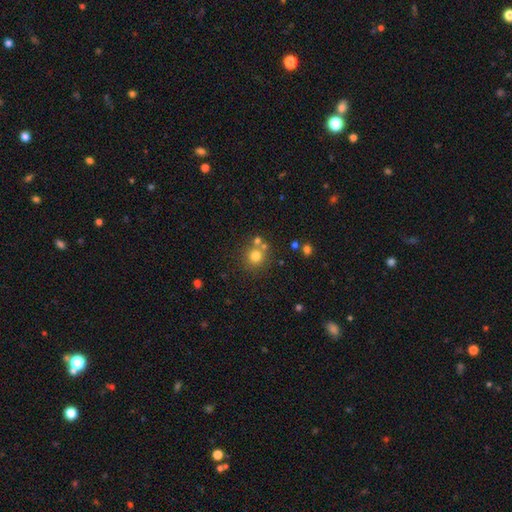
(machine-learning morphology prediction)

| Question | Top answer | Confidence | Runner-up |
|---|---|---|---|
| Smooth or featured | smooth | 75% | star or artifact (15%) |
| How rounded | round | 91% | in between (8%) |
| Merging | none | 68% | merger (20%) |